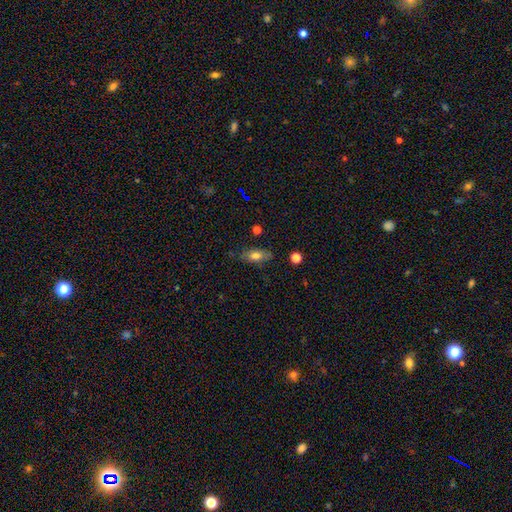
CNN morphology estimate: Smooth or featured? smooth (72%)
How rounded? in between (81%)
Merging? none (78%)